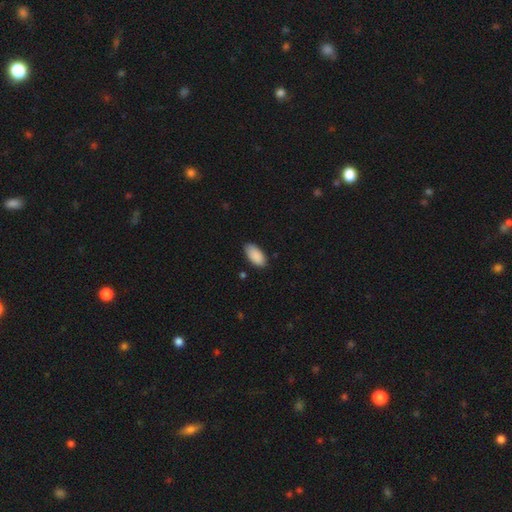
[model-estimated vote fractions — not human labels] Smooth or featured? smooth (90%)
How rounded? in between (94%)
Merging? none (82%)